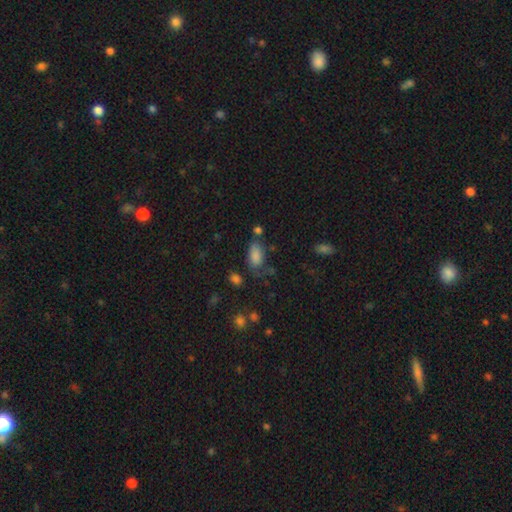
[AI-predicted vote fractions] This appears to be a smooth galaxy with no disk features (84%) that is in between round and cigar-shaped (91%). Merging: none (54%).